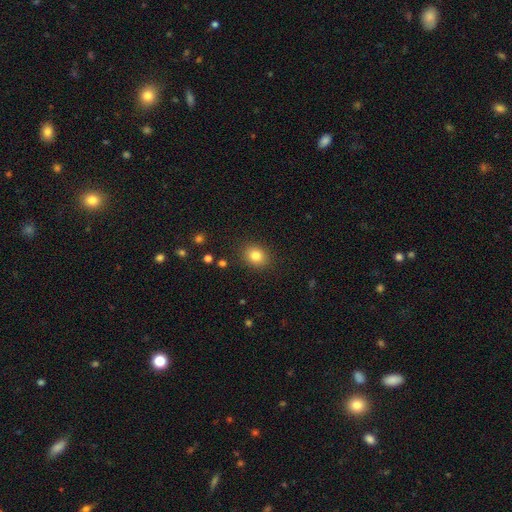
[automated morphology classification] smooth 82%, star or artifact 11%, featured or disk 7%. Down the decision tree: how rounded — round (55%); merging — none (88%).